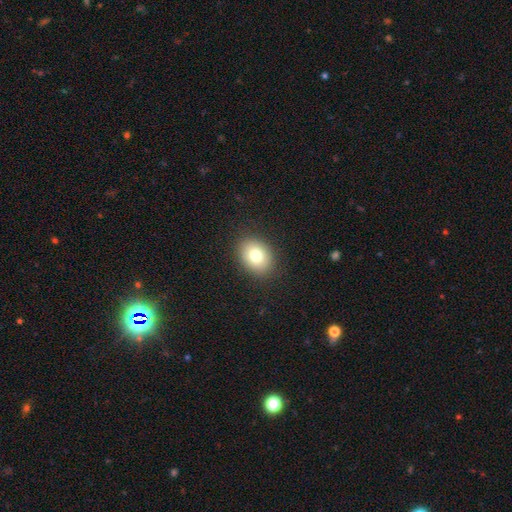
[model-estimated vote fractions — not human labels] smooth 79%, featured or disk 11%, star or artifact 10%. Down the decision tree: how rounded — in between (60%); merging — none (88%).